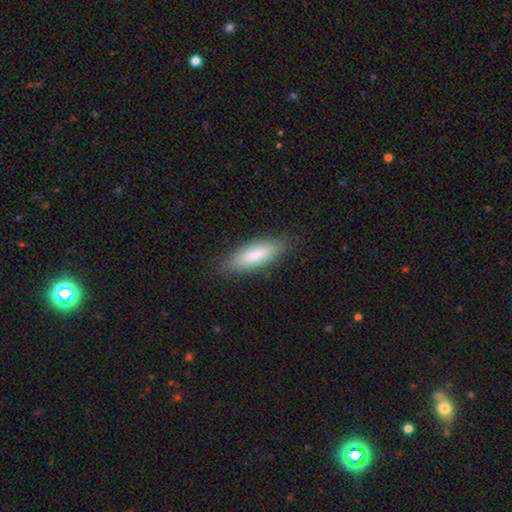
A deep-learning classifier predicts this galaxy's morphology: The model was most divided on "how rounded": in between: 50%, cigar-shaped: 48%, round: 2%. More confident: merging — none (86%); smooth or featured — smooth (80%).